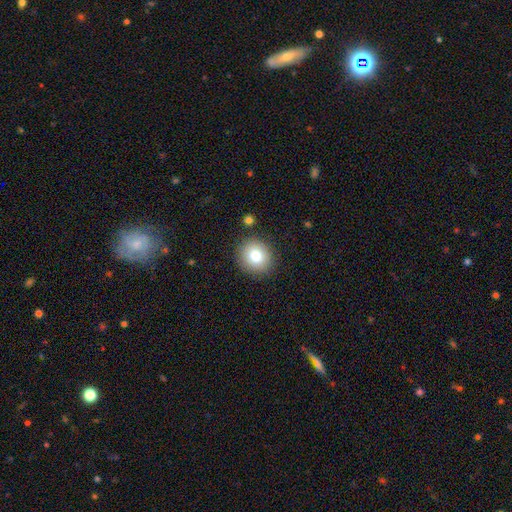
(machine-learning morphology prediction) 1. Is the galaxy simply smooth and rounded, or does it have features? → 81% smooth, 10% star or artifact, 10% featured or disk.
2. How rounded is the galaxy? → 82% round, 17% in between, 1% cigar-shaped.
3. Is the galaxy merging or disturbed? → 87% none, 8% minor disturbance, 3% merger, 2% major disturbance.